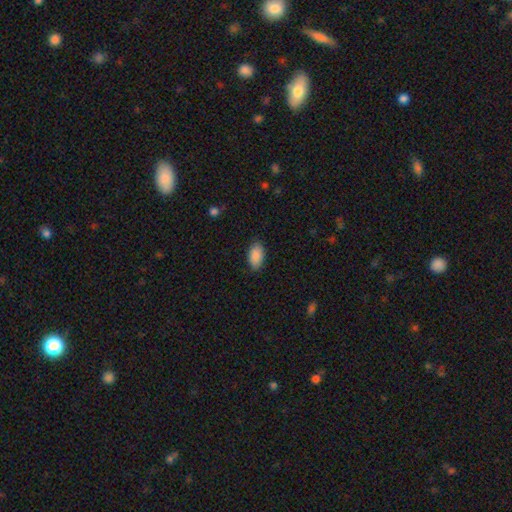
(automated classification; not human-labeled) smooth 90%, star or artifact 7%, featured or disk 4%. Down the decision tree: how rounded — in between (94%); merging — none (85%).